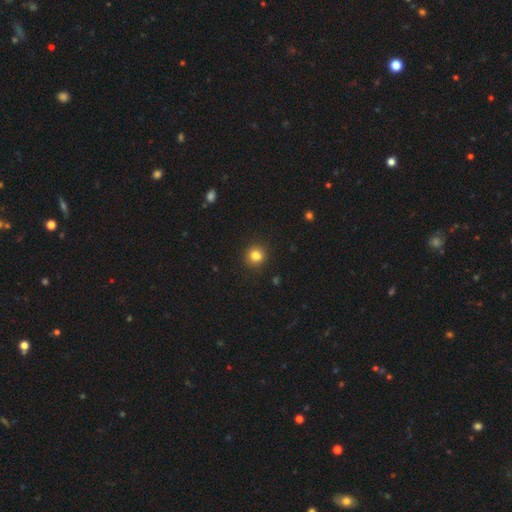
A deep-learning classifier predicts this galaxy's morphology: Smooth or featured? smooth (83%)
How rounded? round (88%)
Merging? none (91%)